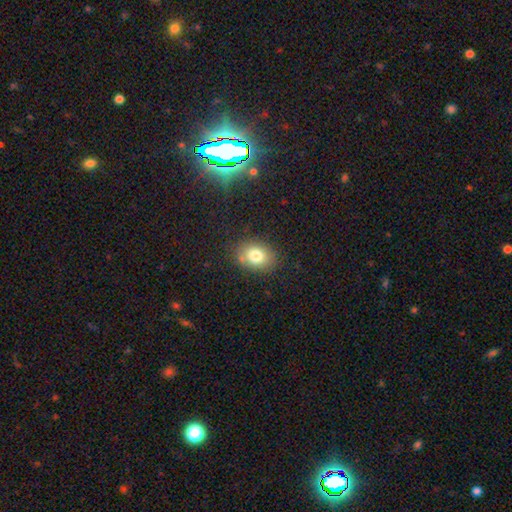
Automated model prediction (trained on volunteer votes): Smooth or featured: smooth — 79% (featured or disk — 11%)
How rounded: in between — 65% (round — 34%)
Merging: none — 80% (minor disturbance — 13%)